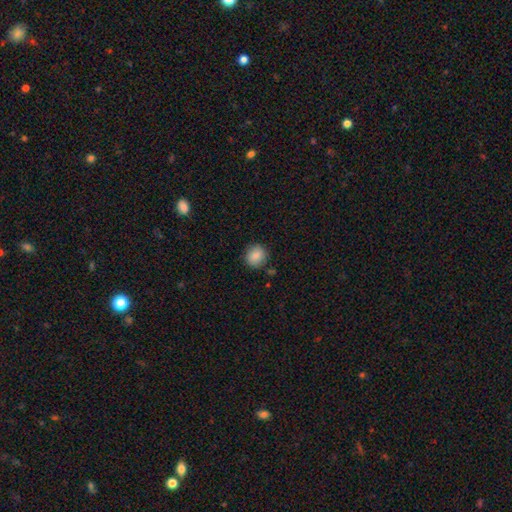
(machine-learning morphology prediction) Smooth or featured: smooth — 87% (star or artifact — 8%)
How rounded: round — 87% (in between — 12%)
Merging: none — 86% (minor disturbance — 10%)